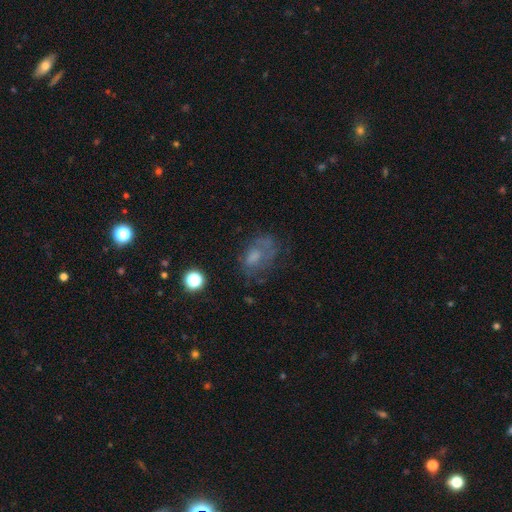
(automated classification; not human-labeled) Overall: smooth (44%; featured or disk 38%). Merging: none (46%; major disturbance 26%).